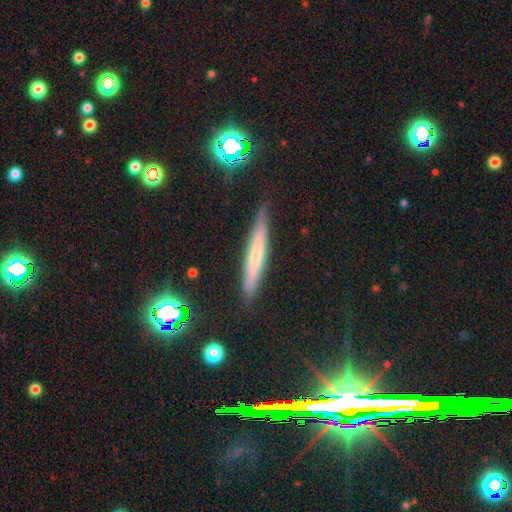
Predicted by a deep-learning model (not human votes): This is possibly a smooth galaxy (49%). Merging: clearly none (87%).